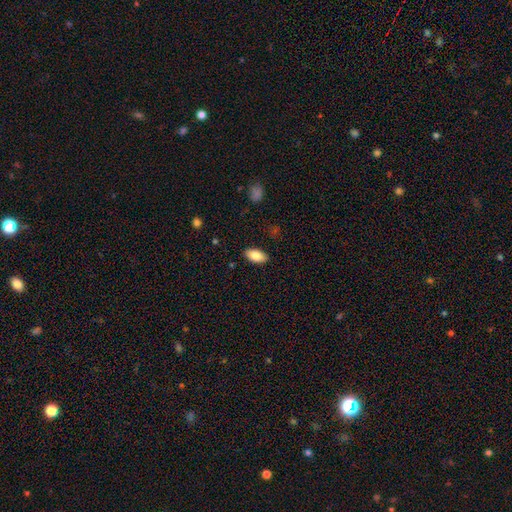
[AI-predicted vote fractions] Overall: smooth (84%). How rounded: in between (93%). Merging: none (88%).